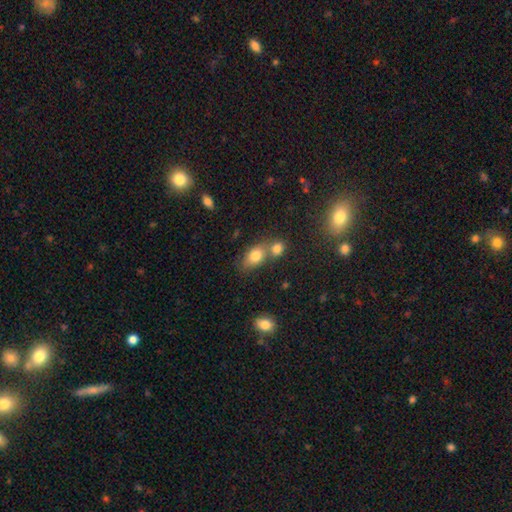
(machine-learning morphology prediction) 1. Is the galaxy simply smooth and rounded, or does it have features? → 79% smooth, 11% featured or disk, 10% star or artifact.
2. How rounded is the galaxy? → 76% in between, 20% round, 3% cigar-shaped.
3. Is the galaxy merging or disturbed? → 45% merger, 40% none, 11% minor disturbance, 4% major disturbance.